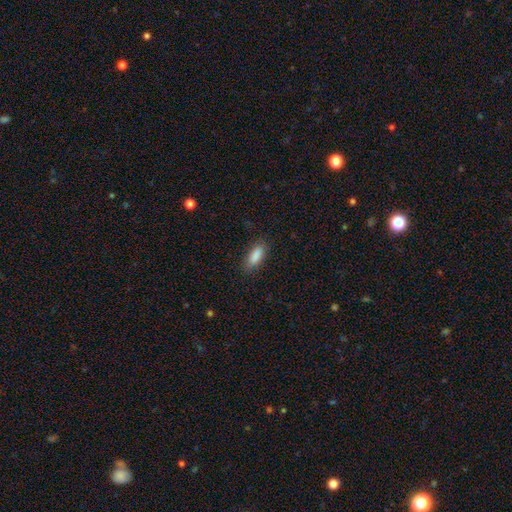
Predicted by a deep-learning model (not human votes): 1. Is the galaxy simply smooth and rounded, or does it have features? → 88% smooth, 7% star or artifact, 5% featured or disk.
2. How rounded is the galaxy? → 74% in between, 24% cigar-shaped, 2% round.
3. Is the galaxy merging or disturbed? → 83% none, 13% minor disturbance, 3% major disturbance, 1% merger.